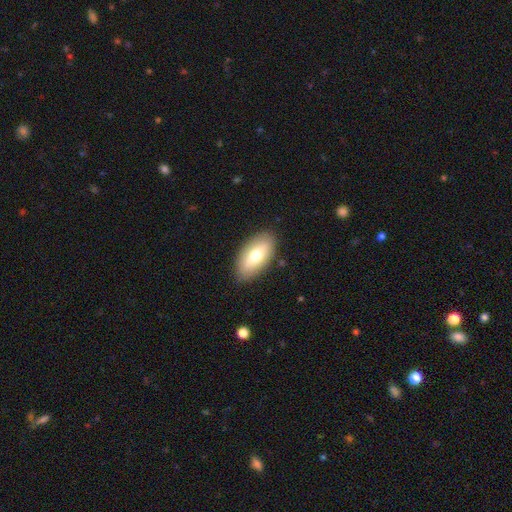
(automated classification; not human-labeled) Smooth or featured?
  - smooth: 71% *
  - featured or disk: 23%
  - star or artifact: 6%
How rounded?
  - in between: 92% *
  - cigar-shaped: 5%
  - round: 3%
Merging?
  - none: 86% *
  - minor disturbance: 10%
  - major disturbance: 3%
  - merger: 1%